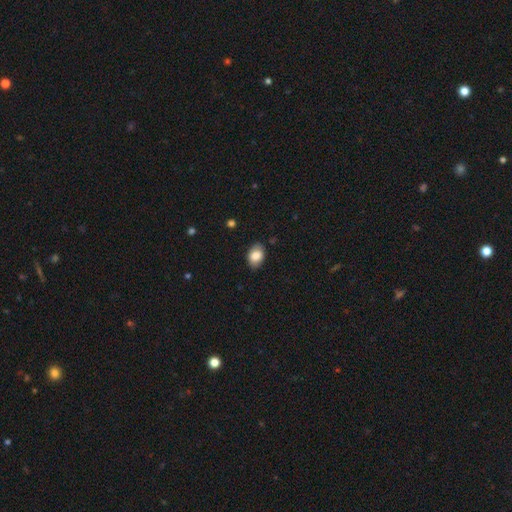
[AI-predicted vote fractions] This appears to be a smooth galaxy with no disk features (83%) that is in between round and cigar-shaped (84%). Merging: none (85%).